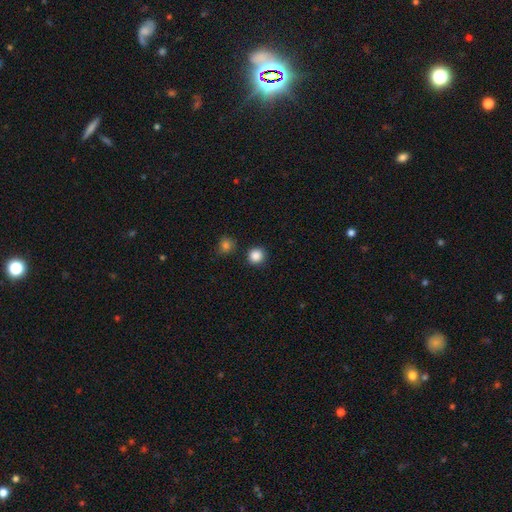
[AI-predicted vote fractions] Smooth or featured?
  - smooth: 87% *
  - star or artifact: 10%
  - featured or disk: 3%
How rounded?
  - round: 93% *
  - in between: 6%
  - cigar-shaped: 1%
Merging?
  - none: 89% *
  - minor disturbance: 6%
  - merger: 3%
  - major disturbance: 2%